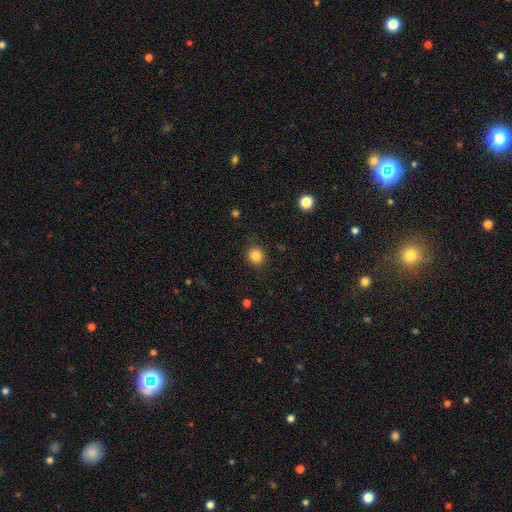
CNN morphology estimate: Smooth or featured: smooth — 84% (star or artifact — 11%)
How rounded: round — 91% (in between — 8%)
Merging: none — 88% (minor disturbance — 8%)